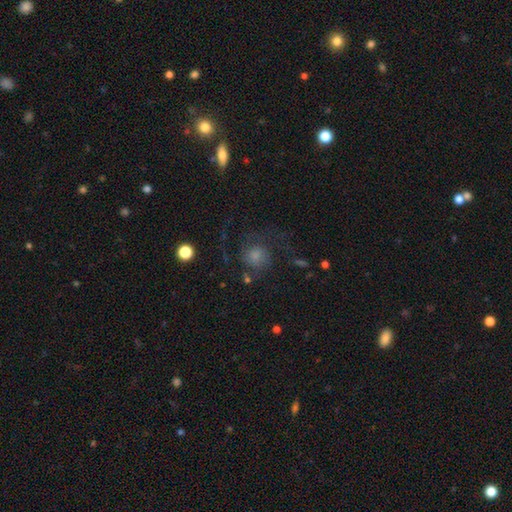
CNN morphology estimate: smooth-or-featured: smooth: 58% | featured or disk: 28% | star or artifact: 14%
  how-rounded: round: 83% | in between: 16% | cigar-shaped: 1%
  merging: none: 51% | major disturbance: 26% | minor disturbance: 19% | merger: 4%